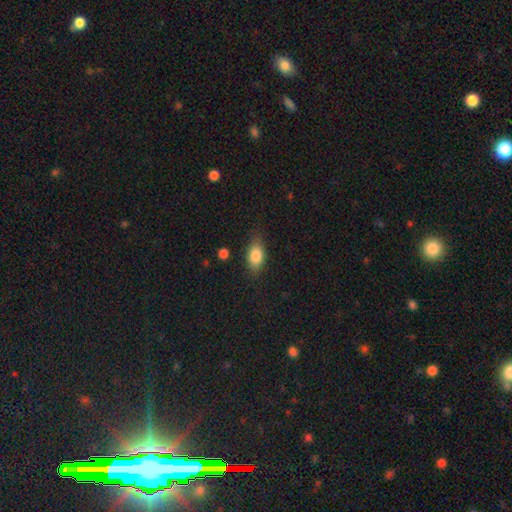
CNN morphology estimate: Q: Smooth or featured?
A: smooth (82%); runner-up: featured or disk (11%)
Q: How rounded?
A: in between (83%); runner-up: round (9%)
Q: Merging?
A: none (77%); runner-up: minor disturbance (16%)